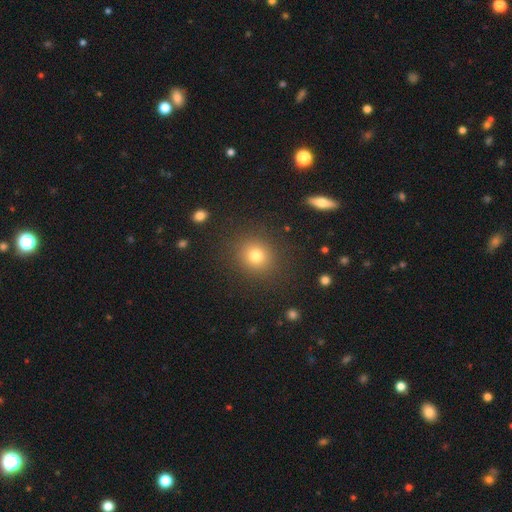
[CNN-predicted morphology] A smooth galaxy with no disk features (78%) that is round (83%).

Vote fractions:
- Smooth or featured? smooth: 78% / star or artifact: 14% / featured or disk: 8%
- How rounded? round: 83% / in between: 16% / cigar-shaped: 1%
- Merging? none: 88% / minor disturbance: 7% / major disturbance: 3% / merger: 2%